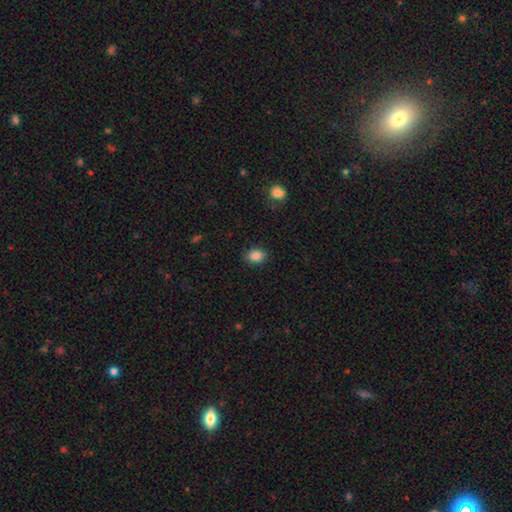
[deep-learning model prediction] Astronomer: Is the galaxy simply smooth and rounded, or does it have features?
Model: smooth — 86%.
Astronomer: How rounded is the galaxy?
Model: in between — 58% (runner-up: round, 41%).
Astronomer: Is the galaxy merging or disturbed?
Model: none — 87%.